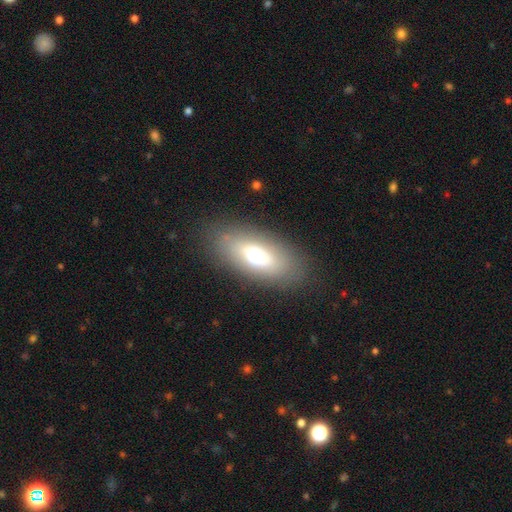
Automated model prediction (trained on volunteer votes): Morphology: type=smooth (62%); roundness=in between (84%); merging=none (84%).